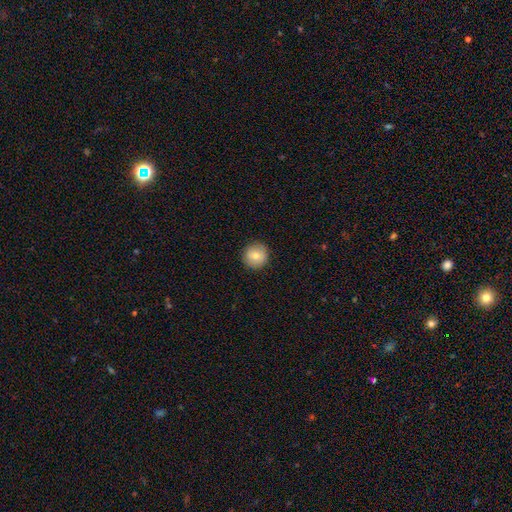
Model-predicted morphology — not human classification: This appears to be a smooth galaxy with no disk features (76%) that is round (94%). Merging: none (91%).